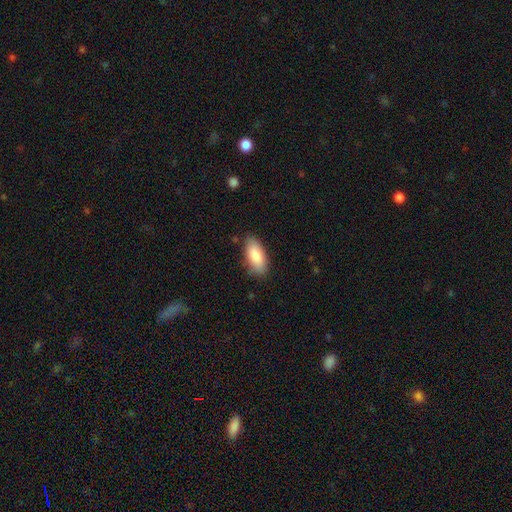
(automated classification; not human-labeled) This appears to be a smooth galaxy with no disk features (85%) that is in between round and cigar-shaped (89%). Merging: none (81%).